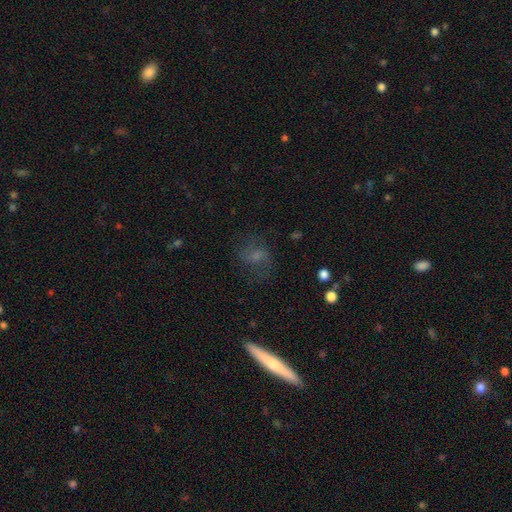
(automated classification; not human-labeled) smooth_or_featured: smooth (p=0.44) [alt: featured or disk p=0.38]
merging: none (p=0.63) [alt: minor disturbance p=0.18]